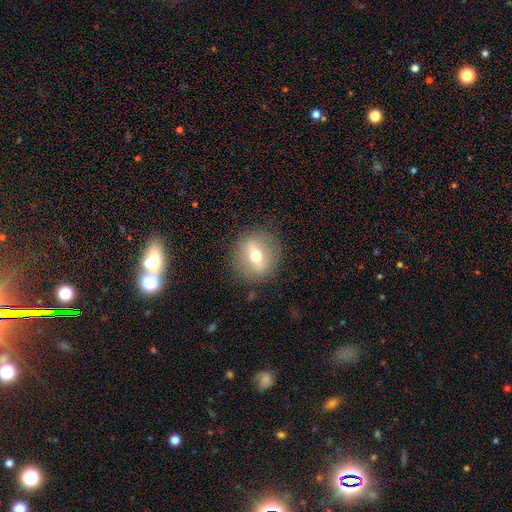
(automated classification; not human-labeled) Smooth or featured? featured or disk (48%)
Merging? none (87%)